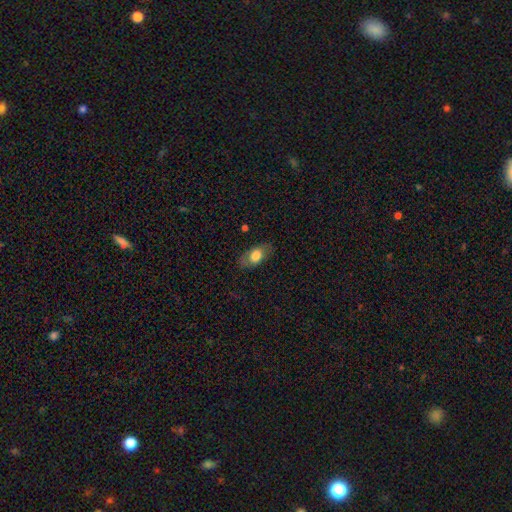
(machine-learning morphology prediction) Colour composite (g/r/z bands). It shows a smooth galaxy with no disk features (71%) that is in between round and cigar-shaped (88%). Merging: none (77%).